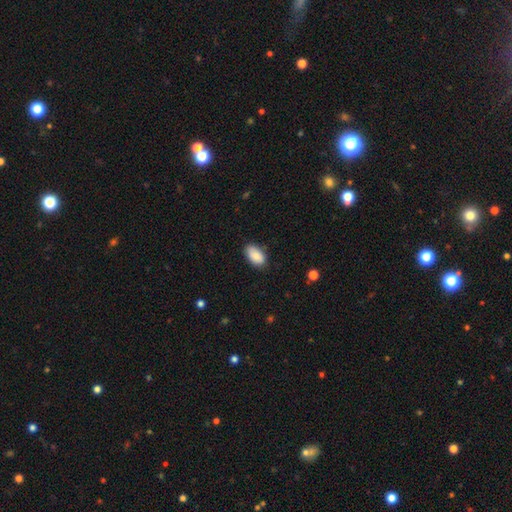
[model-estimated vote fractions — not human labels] smooth 87%, star or artifact 7%, featured or disk 6%. Down the decision tree: how rounded — in between (94%); merging — none (83%).